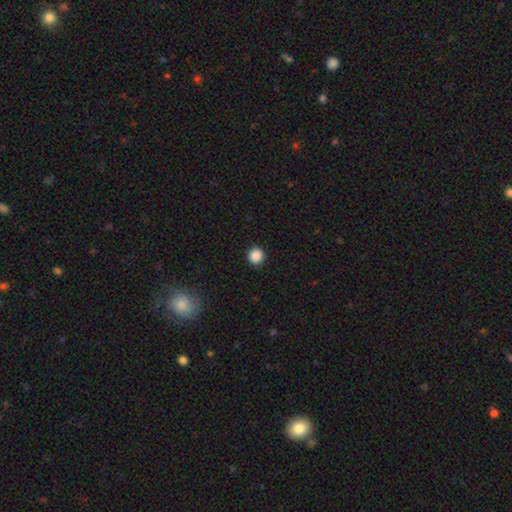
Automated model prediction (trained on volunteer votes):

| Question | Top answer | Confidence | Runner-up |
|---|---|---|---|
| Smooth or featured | smooth | 87% | star or artifact (10%) |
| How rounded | round | 95% | in between (4%) |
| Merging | none | 92% | minor disturbance (5%) |